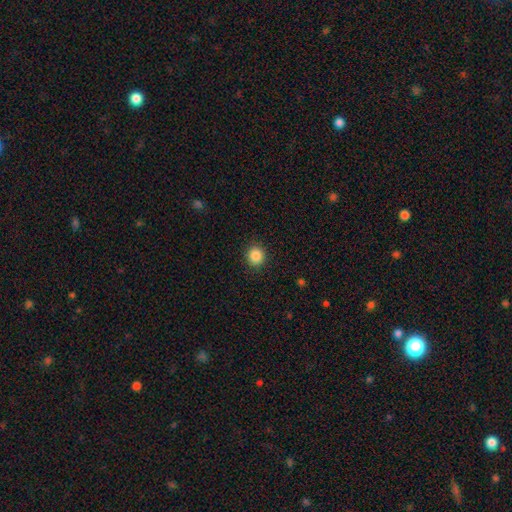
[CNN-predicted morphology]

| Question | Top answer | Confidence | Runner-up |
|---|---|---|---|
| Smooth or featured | smooth | 87% | star or artifact (10%) |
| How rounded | round | 86% | in between (13%) |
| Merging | none | 91% | minor disturbance (6%) |